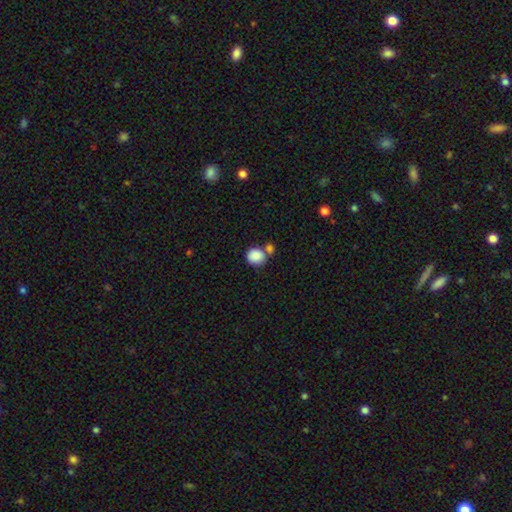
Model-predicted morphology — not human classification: This is clearly a smooth galaxy (87%). How rounded: clearly round (84%). Merging: possibly none (55%).